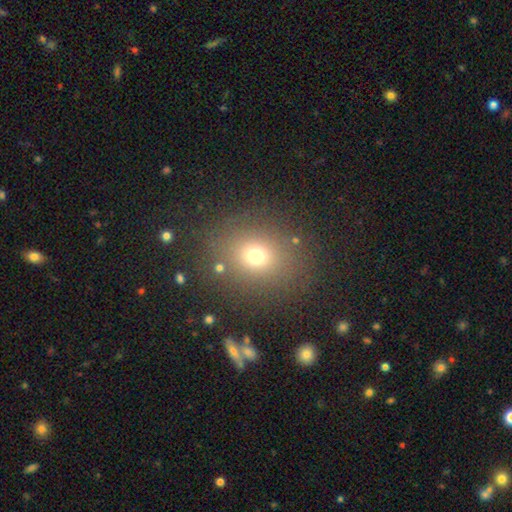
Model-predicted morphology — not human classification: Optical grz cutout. It shows a smooth galaxy with no disk features (69%) that is round (64%). Merging: none (83%).